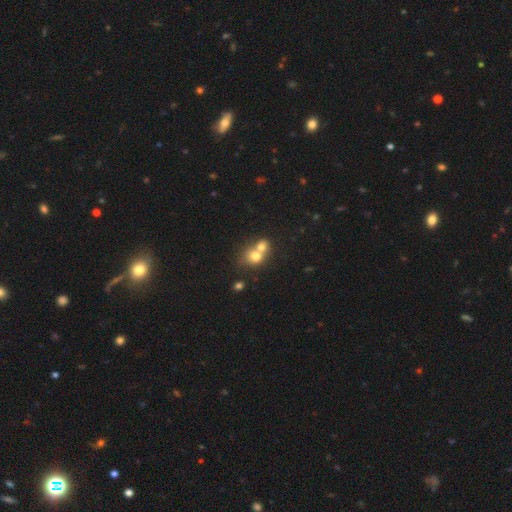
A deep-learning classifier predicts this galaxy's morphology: A smooth galaxy with no disk features (71%) that is round (70%).

Vote fractions:
- Smooth or featured? smooth: 71% / featured or disk: 17% / star or artifact: 11%
- How rounded? round: 70% / in between: 29% / cigar-shaped: 1%
- Merging? merger: 67% / none: 24% / minor disturbance: 6% / major disturbance: 3%